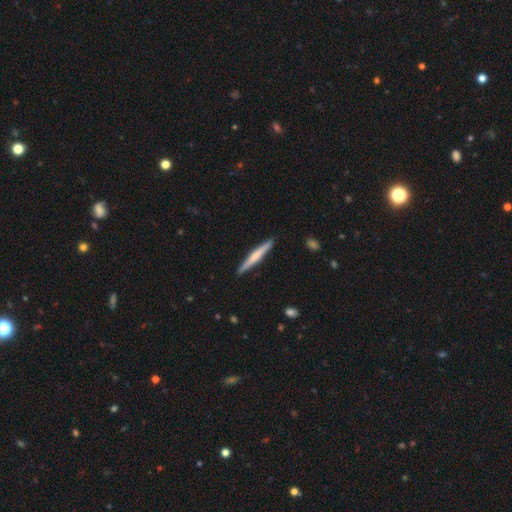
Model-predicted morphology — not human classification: This appears to be a smooth galaxy with no disk features (48%). Merging: none (91%).